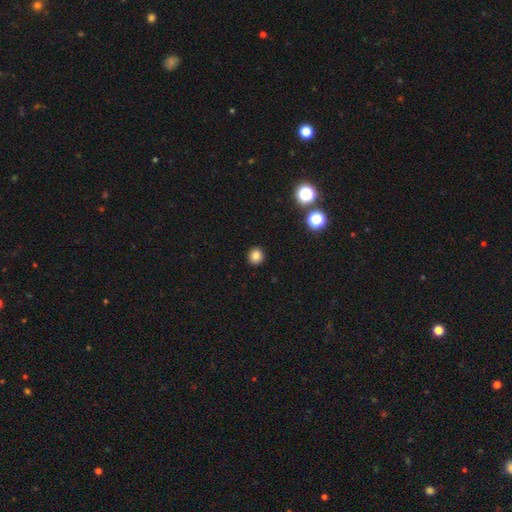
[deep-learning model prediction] A smooth galaxy with no disk features (82%) that is round (89%). Merging: none (93%).